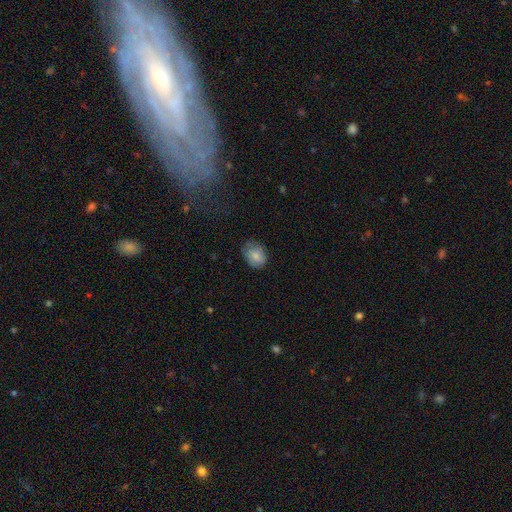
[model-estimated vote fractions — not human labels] A smooth galaxy with no disk features (81%) that is in between round and cigar-shaped (62%).

Vote fractions:
- Smooth or featured? smooth: 81% / featured or disk: 11% / star or artifact: 8%
- How rounded? in between: 62% / round: 37% / cigar-shaped: 1%
- Merging? none: 67% / minor disturbance: 26% / major disturbance: 6% / merger: 1%